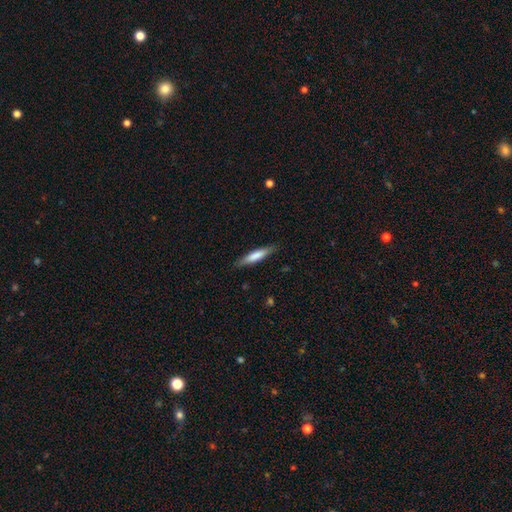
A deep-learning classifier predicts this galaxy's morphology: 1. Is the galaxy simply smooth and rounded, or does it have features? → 71% smooth, 24% featured or disk, 5% star or artifact.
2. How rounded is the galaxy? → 85% cigar-shaped, 14% in between, 1% round.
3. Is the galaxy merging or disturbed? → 87% none, 10% minor disturbance, 2% major disturbance, 1% merger.